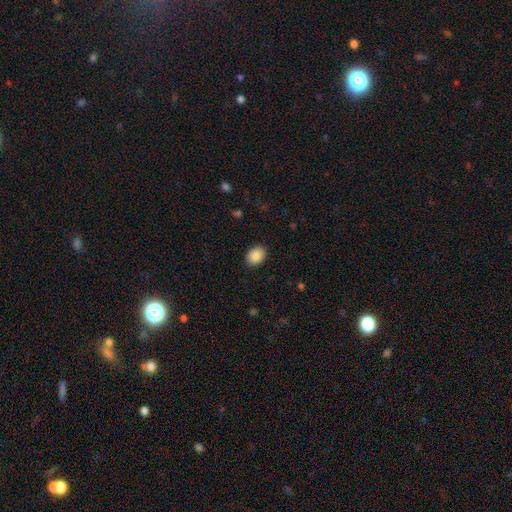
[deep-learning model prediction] Smooth or featured?
  - smooth: 88% *
  - star or artifact: 8%
  - featured or disk: 5%
How rounded?
  - in between: 66% *
  - round: 33%
  - cigar-shaped: 1%
Merging?
  - none: 89% *
  - minor disturbance: 8%
  - major disturbance: 2%
  - merger: 1%